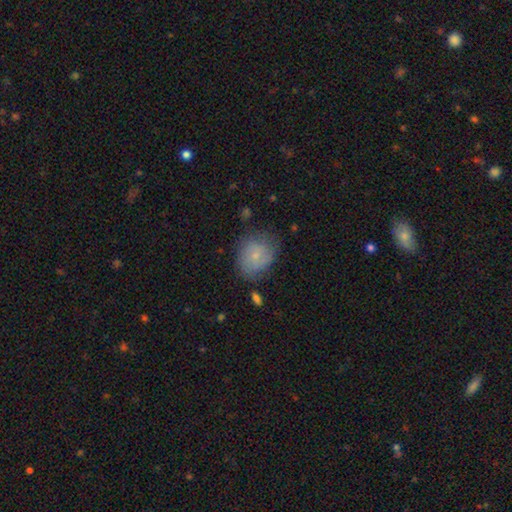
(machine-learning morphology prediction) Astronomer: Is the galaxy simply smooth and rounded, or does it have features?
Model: smooth — 66%.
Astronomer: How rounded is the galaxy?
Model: round — 59% (runner-up: in between, 40%).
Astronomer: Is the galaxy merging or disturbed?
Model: none — 60%.